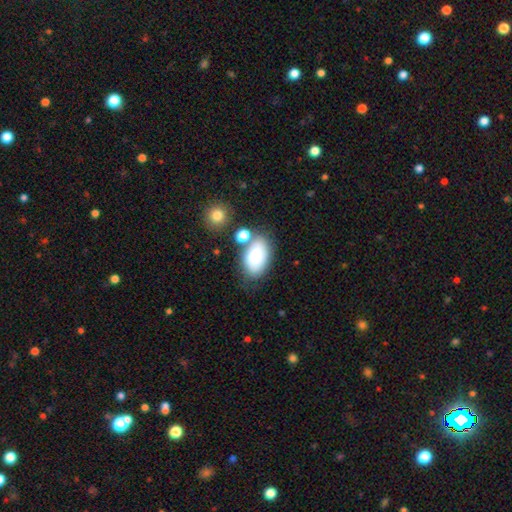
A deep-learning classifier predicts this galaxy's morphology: A smooth galaxy with no disk features (82%) that is in between round and cigar-shaped (92%). Merging: none (58%).